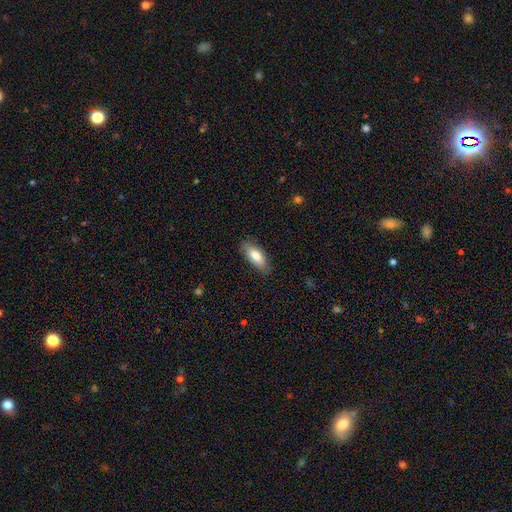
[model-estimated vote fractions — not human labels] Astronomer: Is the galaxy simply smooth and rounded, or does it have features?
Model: smooth — 78%.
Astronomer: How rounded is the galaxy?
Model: in between — 80%.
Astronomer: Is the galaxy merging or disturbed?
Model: none — 81%.